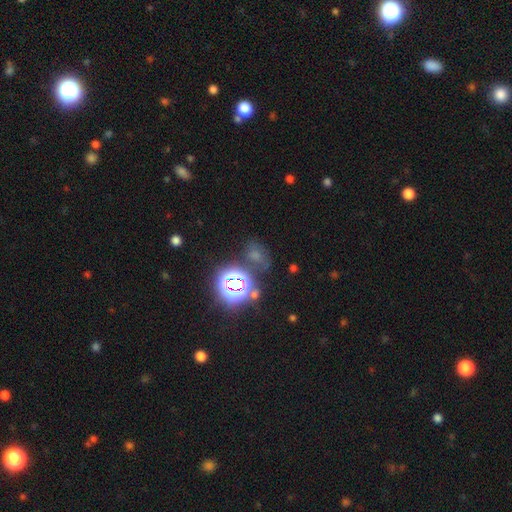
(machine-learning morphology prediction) A star or artifact, not a galaxy (47%).

Vote fractions:
- Smooth or featured? star or artifact: 47% / smooth: 39% / featured or disk: 13%